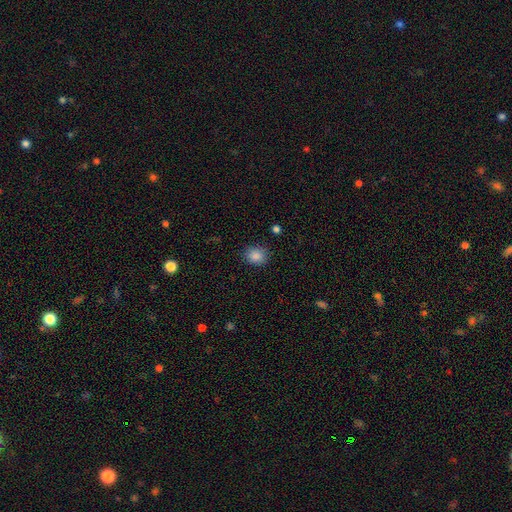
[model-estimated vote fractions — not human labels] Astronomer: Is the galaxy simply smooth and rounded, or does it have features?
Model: smooth — 86%.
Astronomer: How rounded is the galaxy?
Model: round — 63%.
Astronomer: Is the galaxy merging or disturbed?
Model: none — 84%.